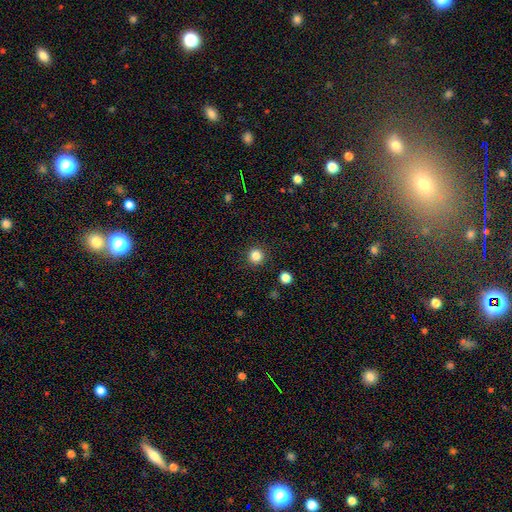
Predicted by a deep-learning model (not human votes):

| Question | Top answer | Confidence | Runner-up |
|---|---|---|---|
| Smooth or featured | smooth | 84% | star or artifact (12%) |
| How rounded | round | 96% | in between (4%) |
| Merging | none | 92% | minor disturbance (5%) |